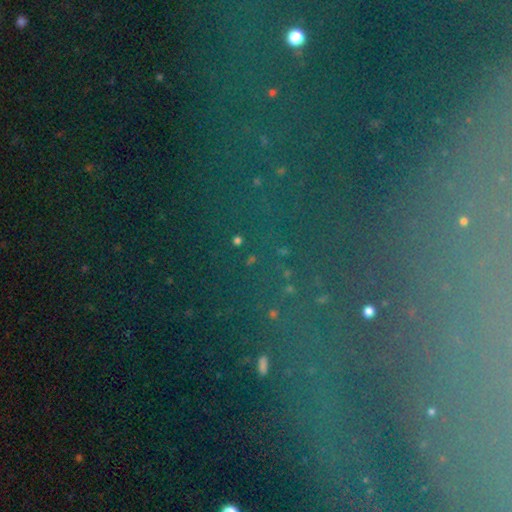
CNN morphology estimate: Q: Smooth or featured?
A: star or artifact (71%); runner-up: featured or disk (16%)